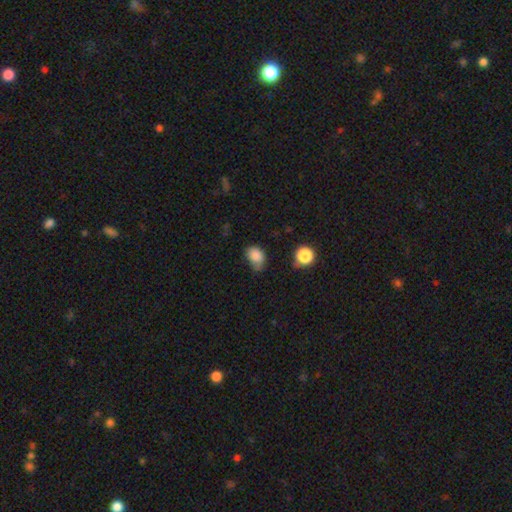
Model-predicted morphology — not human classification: A smooth galaxy with no disk features (84%) that is in between round and cigar-shaped (66%). Merging: none (49%).